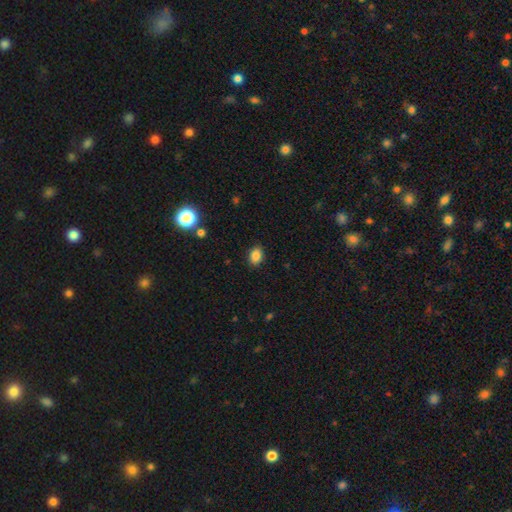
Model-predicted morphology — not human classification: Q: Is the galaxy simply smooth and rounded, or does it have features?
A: smooth — 85%.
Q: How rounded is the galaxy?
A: in between — 71%.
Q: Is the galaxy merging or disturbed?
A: none — 87%.